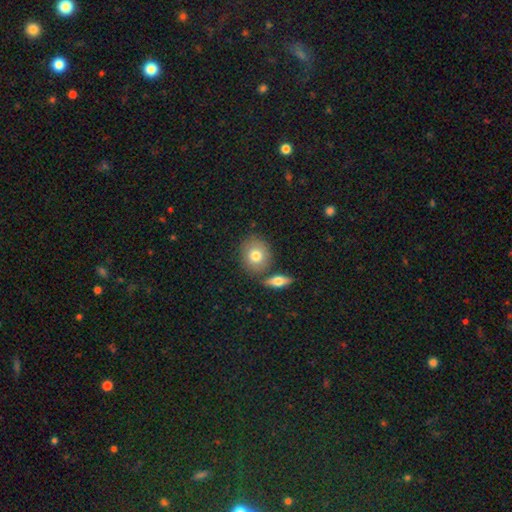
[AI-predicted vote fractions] Q: Smooth or featured?
A: smooth (76%); runner-up: featured or disk (17%)
Q: How rounded?
A: round (68%); runner-up: in between (30%)
Q: Merging?
A: none (72%); runner-up: merger (14%)